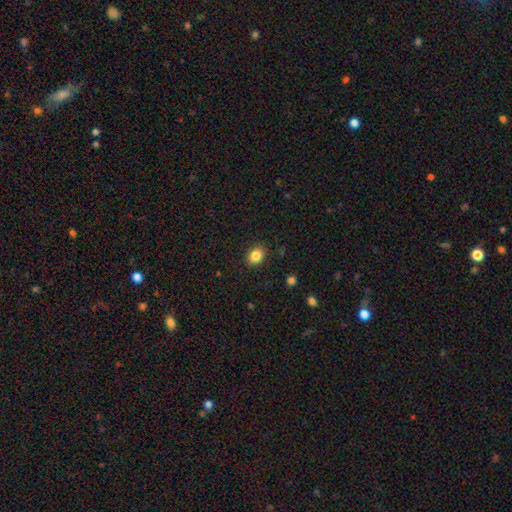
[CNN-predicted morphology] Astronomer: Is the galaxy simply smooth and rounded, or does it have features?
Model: smooth — 84%.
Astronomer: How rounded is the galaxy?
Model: in between — 57% (runner-up: round, 42%).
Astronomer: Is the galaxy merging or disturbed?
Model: none — 89%.